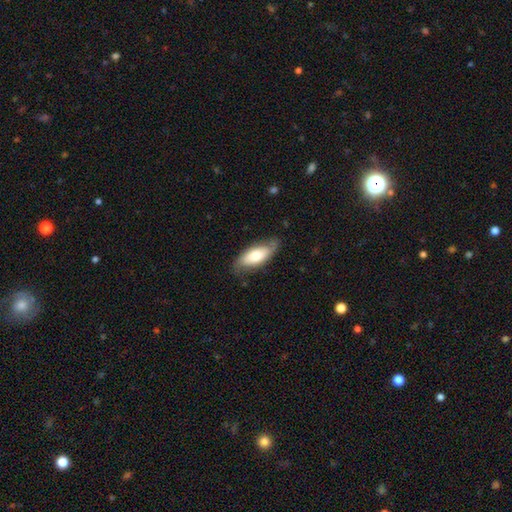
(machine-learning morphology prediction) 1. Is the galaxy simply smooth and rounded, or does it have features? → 63% smooth, 31% featured or disk, 5% star or artifact.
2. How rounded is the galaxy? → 82% in between, 15% cigar-shaped, 2% round.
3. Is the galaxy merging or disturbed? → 70% none, 23% minor disturbance, 6% major disturbance, 1% merger.